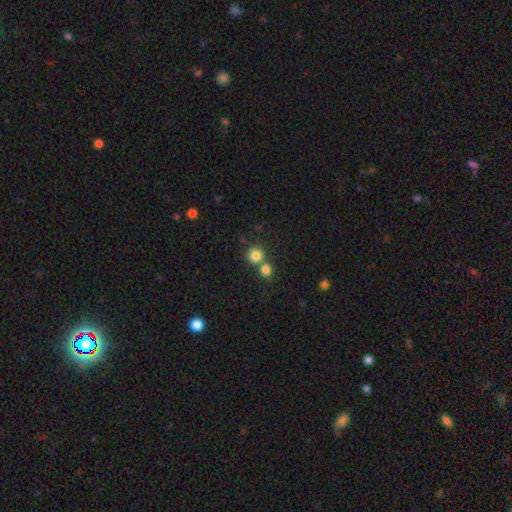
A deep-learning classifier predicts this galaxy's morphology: The model was most divided on "merging": none: 56%, merger: 35%, minor disturbance: 6%, major disturbance: 3%. More confident: how rounded — round (89%); smooth or featured — smooth (82%).